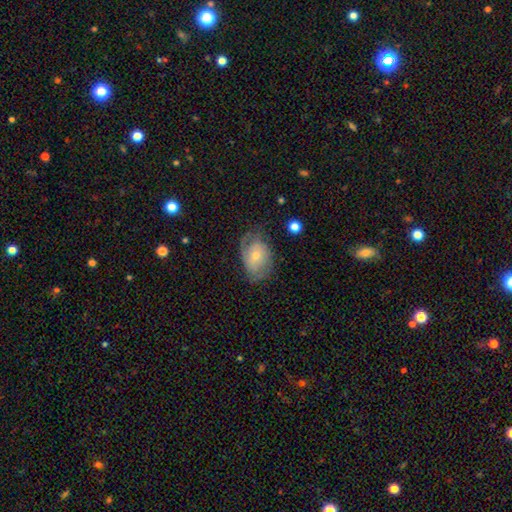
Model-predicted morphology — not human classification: A featured or disk galaxy (58%) with no bar (72%), spiral arms (79%) and a small central bulge (52%).

Vote fractions:
- Smooth or featured? featured or disk: 58% / smooth: 36% / star or artifact: 7%
- Edge-on disk? no: 95% / yes: 5%
- Bar? no: 72% / weak: 23% / strong: 5%
- Spiral arms? yes: 79% / no: 21%
- Bulge size? small: 52% / moderate: 43% / large: 2% / none: 2% / dominant: 1%
- Merging? none: 57% / minor disturbance: 27% / major disturbance: 15% / merger: 2%